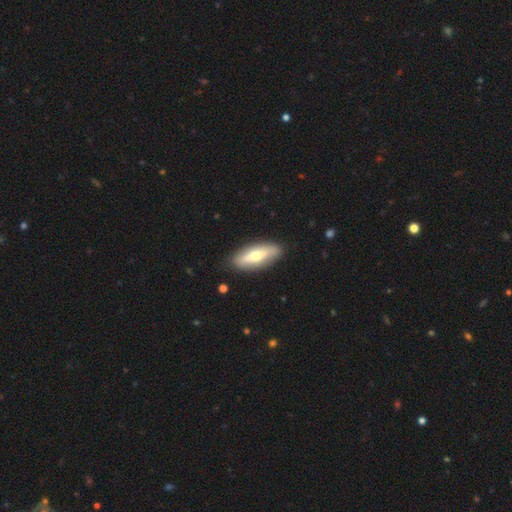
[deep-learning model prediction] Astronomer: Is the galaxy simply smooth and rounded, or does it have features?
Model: smooth — 50% (runner-up: featured or disk, 44%).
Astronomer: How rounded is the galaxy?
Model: in between — 66%.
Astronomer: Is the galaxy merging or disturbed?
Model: none — 87%.